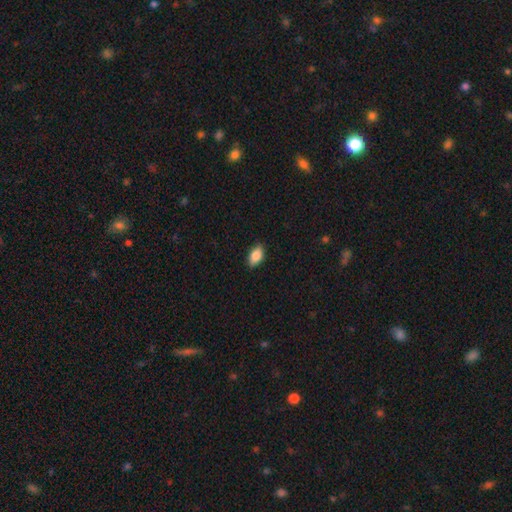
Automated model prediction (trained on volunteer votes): Smooth or featured? smooth (86%)
How rounded? in between (91%)
Merging? none (87%)